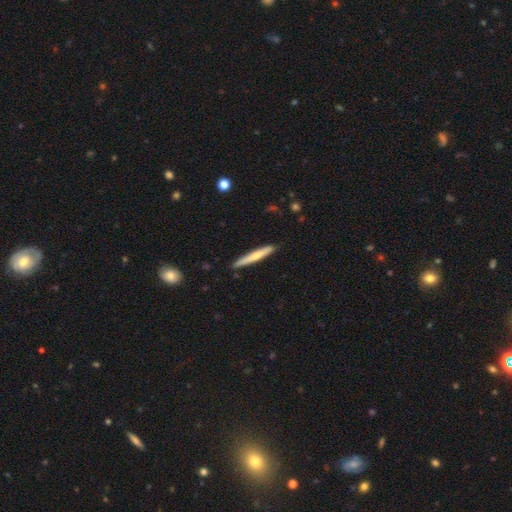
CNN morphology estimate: type=smooth (62%); roundness=cigar-shaped (95%); merging=none (88%).